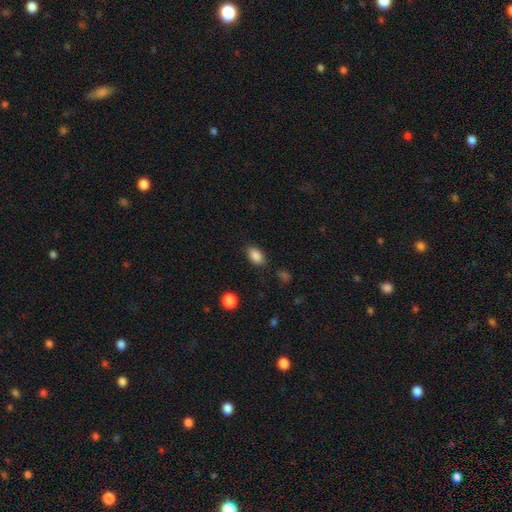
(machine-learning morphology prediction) Q: Smooth or featured?
A: smooth (87%); runner-up: star or artifact (9%)
Q: How rounded?
A: in between (89%); runner-up: round (9%)
Q: Merging?
A: none (83%); runner-up: minor disturbance (12%)